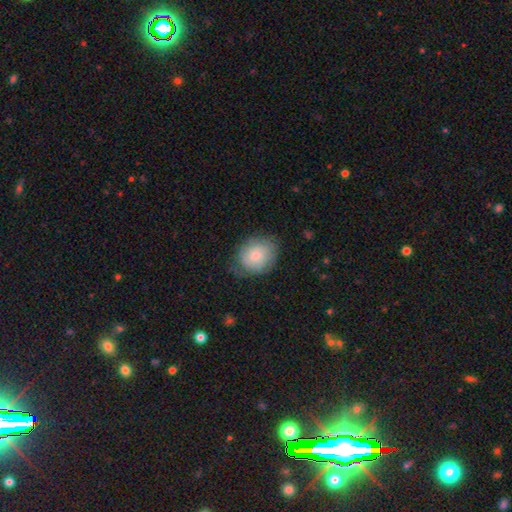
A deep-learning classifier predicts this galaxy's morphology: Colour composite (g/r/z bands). It shows a smooth galaxy with no disk features (74%) that is round (63%). Merging: none (68%).